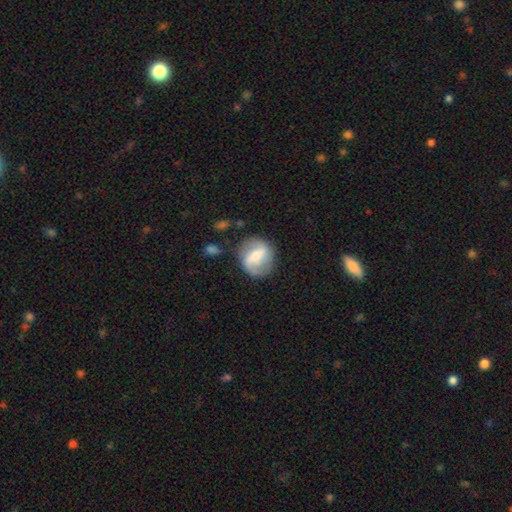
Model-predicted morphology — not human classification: Smooth or featured? Predicted: featured or disk (p=0.64). Edge-on disk? Predicted: no (p=0.95). Bar? Predicted: strong (p=0.47). Spiral arms? Predicted: yes (p=0.73). Bulge size? Predicted: moderate (p=0.50). Merging? Predicted: none (p=0.75).